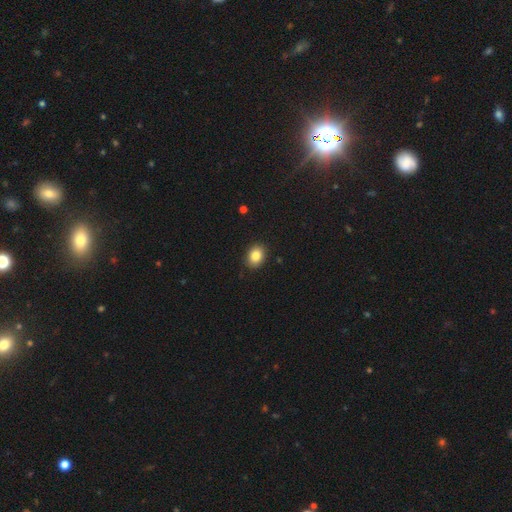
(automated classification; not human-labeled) Smooth or featured?
  - smooth: 85% *
  - star or artifact: 9%
  - featured or disk: 6%
How rounded?
  - in between: 60% *
  - round: 39%
  - cigar-shaped: 1%
Merging?
  - none: 89% *
  - minor disturbance: 8%
  - major disturbance: 2%
  - merger: 1%